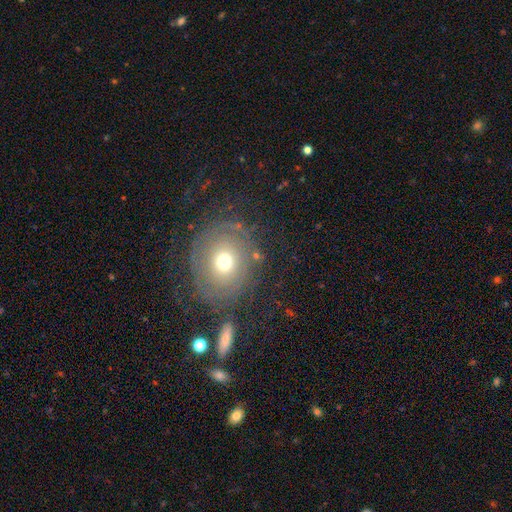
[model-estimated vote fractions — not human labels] Smooth or featured? smooth (45%)
Merging? none (72%)